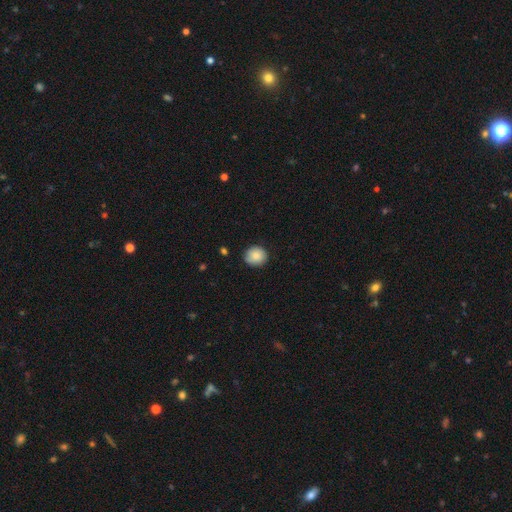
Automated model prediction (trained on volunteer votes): smooth-or-featured: smooth: 85% | star or artifact: 8% | featured or disk: 7%
  how-rounded: round: 85% | in between: 14% | cigar-shaped: 1%
  merging: none: 85% | minor disturbance: 11% | major disturbance: 2% | merger: 1%